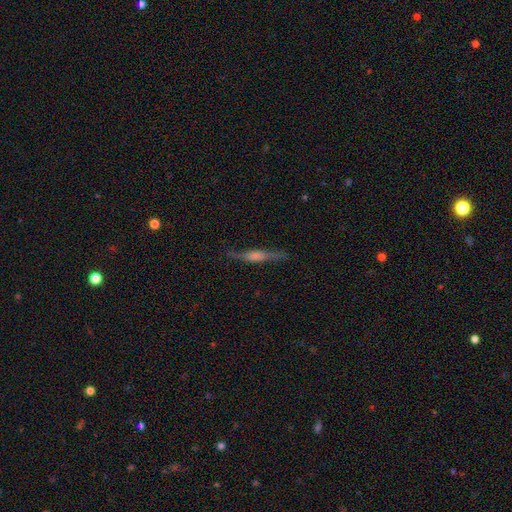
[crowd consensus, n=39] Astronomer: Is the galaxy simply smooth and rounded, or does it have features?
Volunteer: featured or disk — 74%.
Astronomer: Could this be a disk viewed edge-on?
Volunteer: yes — 100%.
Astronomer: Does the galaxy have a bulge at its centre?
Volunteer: boxy — 59% (runner-up: rounded, 34%).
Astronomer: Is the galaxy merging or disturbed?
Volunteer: none — 76%.